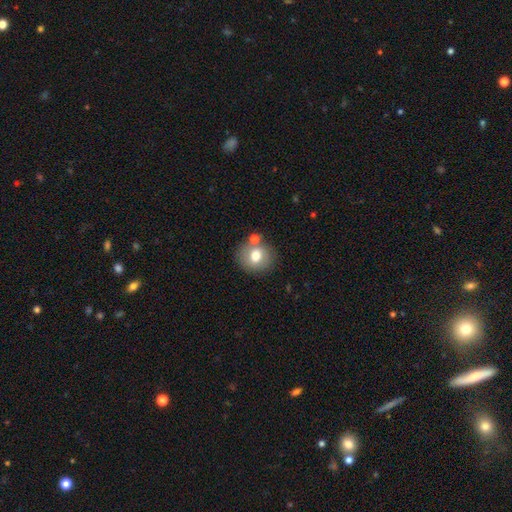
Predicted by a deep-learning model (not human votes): smooth-or-featured: smooth: 73% | featured or disk: 18% | star or artifact: 9%
  how-rounded: round: 77% | in between: 22% | cigar-shaped: 1%
  merging: none: 72% | merger: 13% | minor disturbance: 12% | major disturbance: 4%